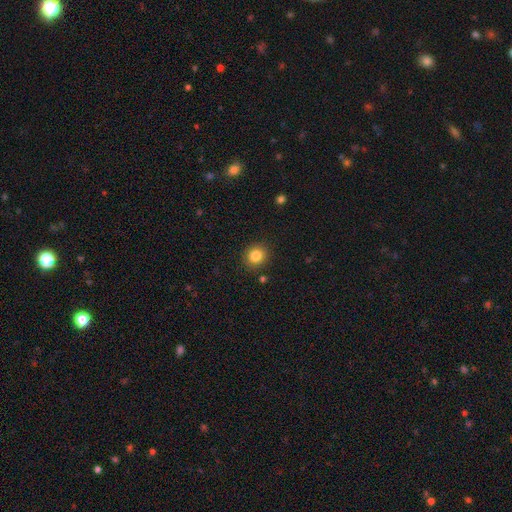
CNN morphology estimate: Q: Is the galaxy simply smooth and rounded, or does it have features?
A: smooth — 84%.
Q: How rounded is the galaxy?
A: round — 83%.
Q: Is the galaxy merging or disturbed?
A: none — 88%.